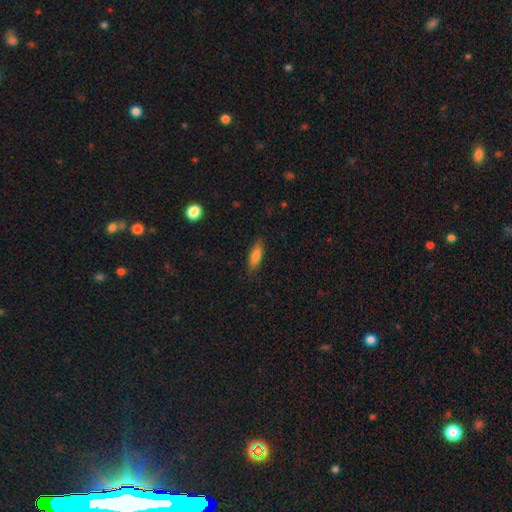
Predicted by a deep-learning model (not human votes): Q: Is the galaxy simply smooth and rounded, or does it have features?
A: smooth — 79%.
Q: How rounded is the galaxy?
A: in between — 53%.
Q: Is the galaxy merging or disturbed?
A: none — 84%.